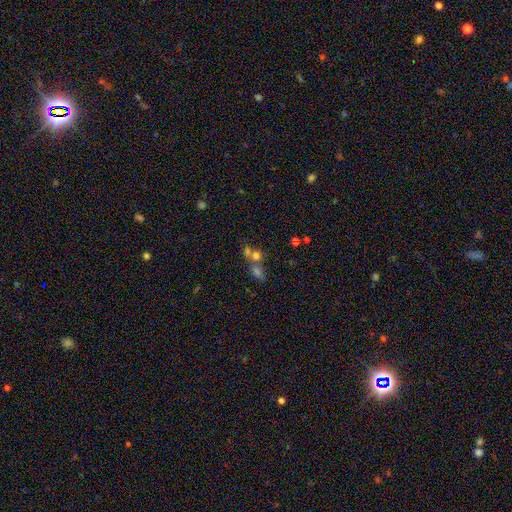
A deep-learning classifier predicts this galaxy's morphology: smooth_or_featured: smooth (p=0.63) [alt: star or artifact p=0.20]
how_rounded: round (p=0.67) [alt: in between p=0.30]
merging: merger (p=0.54) [alt: none p=0.34]